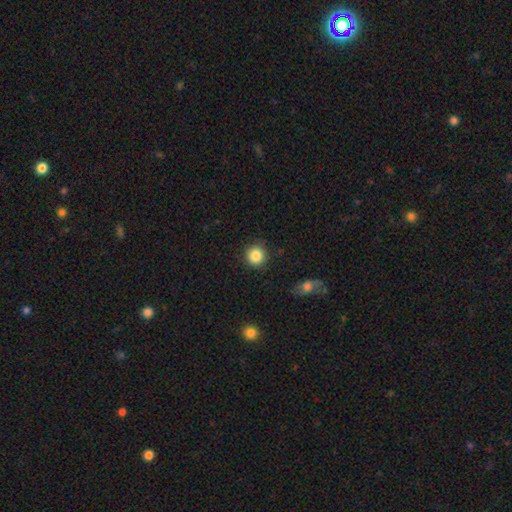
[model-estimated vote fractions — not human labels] Morphology: type=smooth (86%); roundness=round (93%); merging=none (89%).